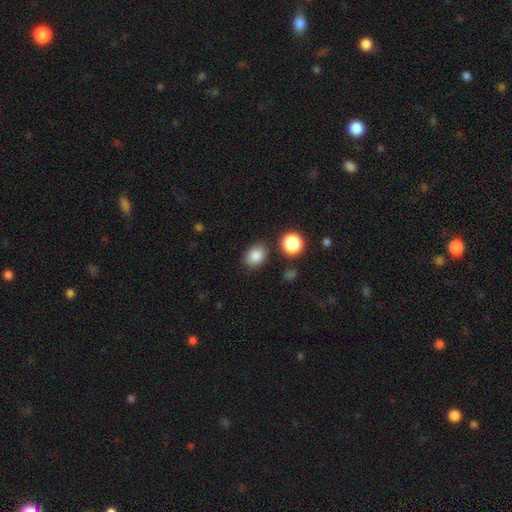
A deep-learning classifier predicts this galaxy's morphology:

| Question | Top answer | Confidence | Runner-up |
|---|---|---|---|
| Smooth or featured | smooth | 85% | star or artifact (10%) |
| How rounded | in between | 57% | round (42%) |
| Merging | none | 82% | minor disturbance (11%) |